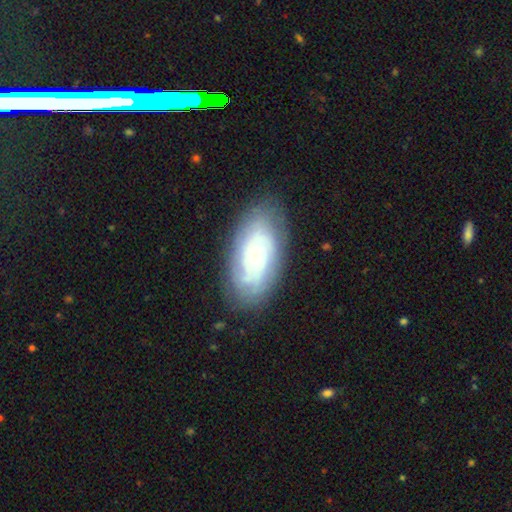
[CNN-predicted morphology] Overall: featured or disk (65%; smooth 27%). Edge-on disk: no (94%). Bar: no (77%). Spiral arms: yes (87%). Spiral arm count: can't tell (52%; 2 20%). Spiral winding: tight (72%). Bulge size: small (77%). Merging: none (77%).